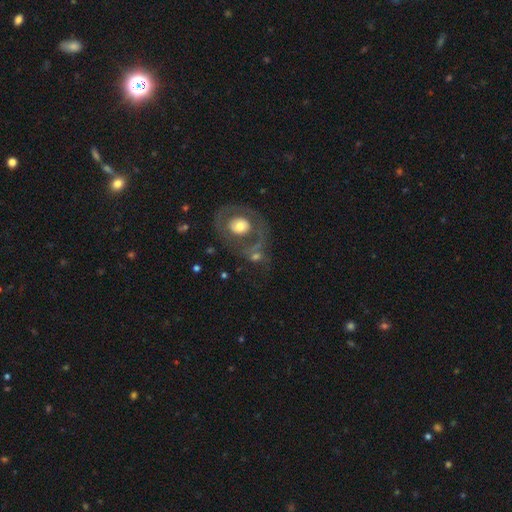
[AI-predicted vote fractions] This is possibly a featured or disk galaxy (49%). Merging: possibly none (53%).